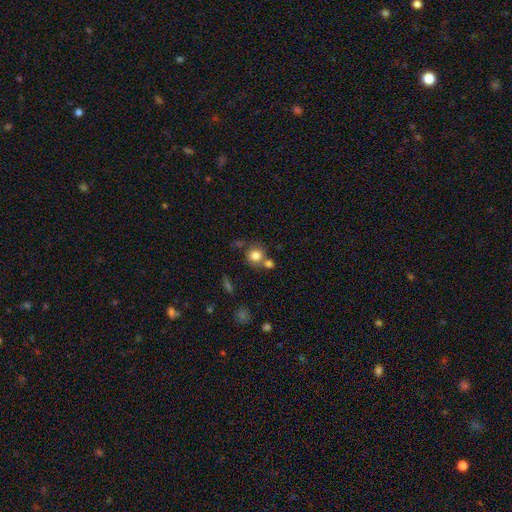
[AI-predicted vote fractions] smooth_or_featured: smooth (p=0.80) [alt: star or artifact p=0.11]
how_rounded: round (p=0.85) [alt: in between p=0.14]
merging: none (p=0.59) [alt: merger p=0.25]